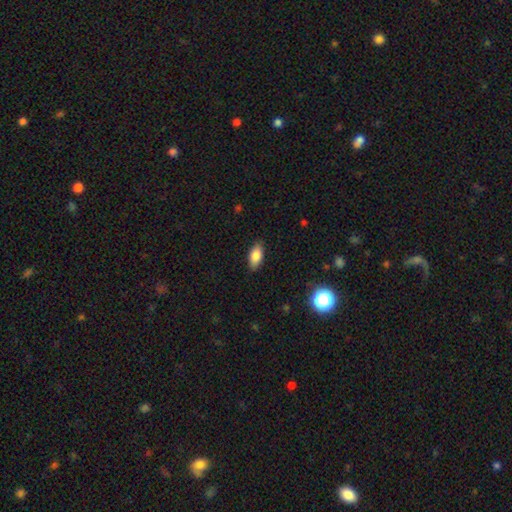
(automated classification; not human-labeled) Overall: smooth (82%). How rounded: in between (89%). Merging: none (86%).